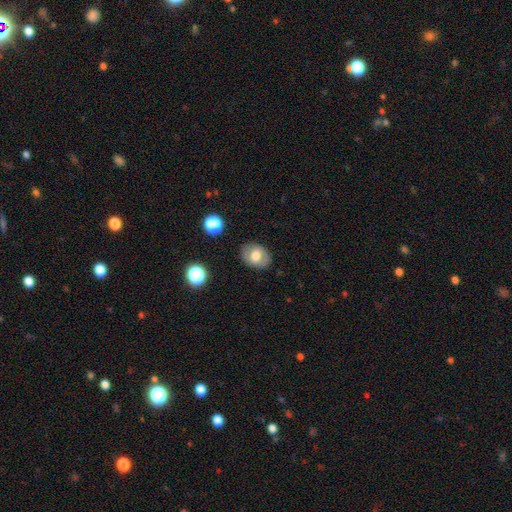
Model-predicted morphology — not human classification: smooth_or_featured: smooth (p=0.66) [alt: featured or disk p=0.26]
how_rounded: in between (p=0.65) [alt: round p=0.34]
merging: none (p=0.83) [alt: minor disturbance p=0.12]